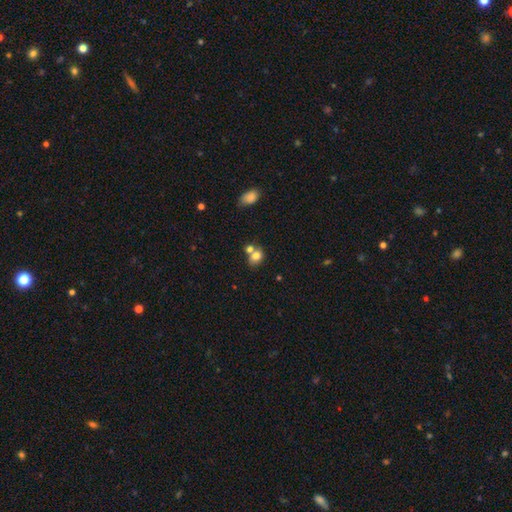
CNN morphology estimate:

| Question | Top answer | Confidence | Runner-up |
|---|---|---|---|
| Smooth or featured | smooth | 76% | featured or disk (13%) |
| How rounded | in between | 53% | round (46%) |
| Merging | merger | 44% | none (40%) |